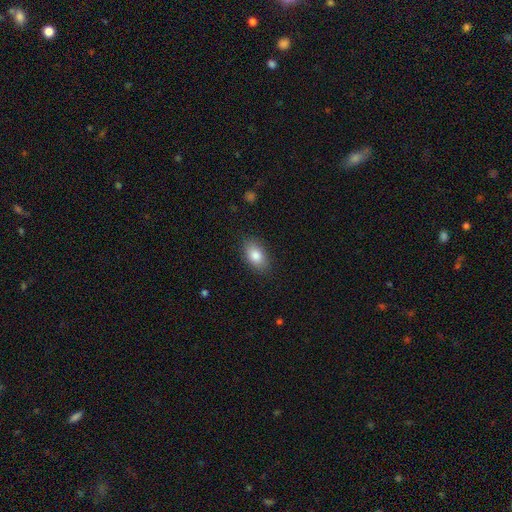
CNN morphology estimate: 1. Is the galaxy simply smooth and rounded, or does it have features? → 83% smooth, 9% featured or disk, 8% star or artifact.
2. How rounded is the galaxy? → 90% in between, 8% round, 2% cigar-shaped.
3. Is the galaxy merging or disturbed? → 86% none, 10% minor disturbance, 3% major disturbance, 1% merger.